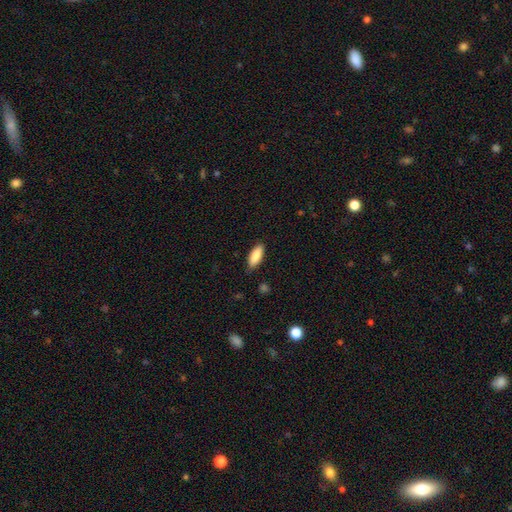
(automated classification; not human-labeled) This is clearly a smooth galaxy (87%). How rounded: likely in between (76%). Merging: clearly none (85%).